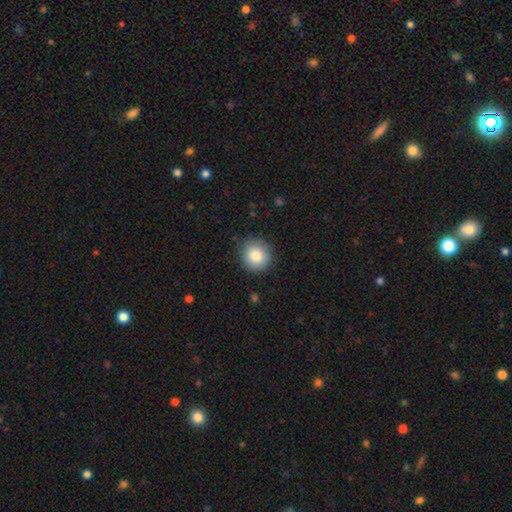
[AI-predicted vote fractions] Smooth or featured? Predicted: smooth (p=0.84). How rounded? Predicted: round (p=0.92). Merging? Predicted: none (p=0.86).